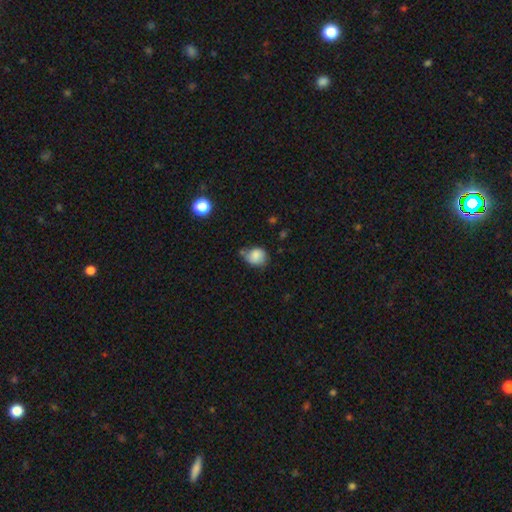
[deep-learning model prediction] A smooth galaxy with no disk features (81%) that is round (65%).

Vote fractions:
- Smooth or featured? smooth: 81% / star or artifact: 9% / featured or disk: 9%
- How rounded? round: 65% / in between: 34% / cigar-shaped: 1%
- Merging? none: 47% / minor disturbance: 33% / merger: 10% / major disturbance: 9%